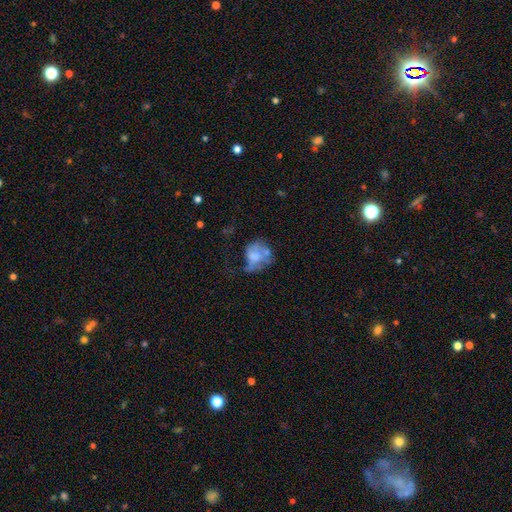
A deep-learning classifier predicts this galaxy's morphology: A smooth galaxy with no disk features (46%).

Vote fractions:
- Smooth or featured? smooth: 46% / featured or disk: 43% / star or artifact: 11%
- Merging? major disturbance: 39% / none: 26% / minor disturbance: 24% / merger: 11%